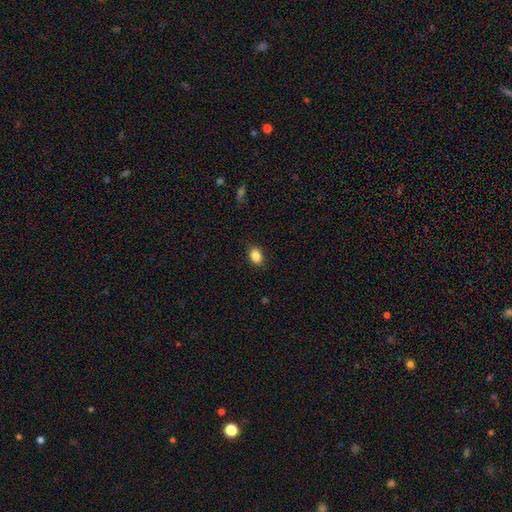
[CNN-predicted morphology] Smooth or featured: smooth — 87% (star or artifact — 9%)
How rounded: in between — 78% (round — 20%)
Merging: none — 87% (minor disturbance — 9%)